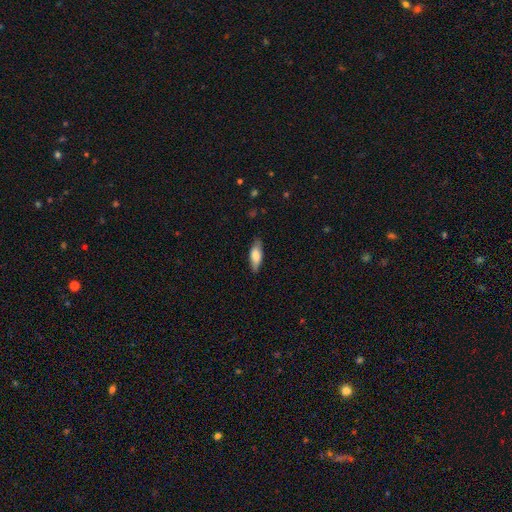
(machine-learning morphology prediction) smooth 74%, featured or disk 20%, star or artifact 6%. Down the decision tree: how rounded — in between (66%); merging — none (81%).